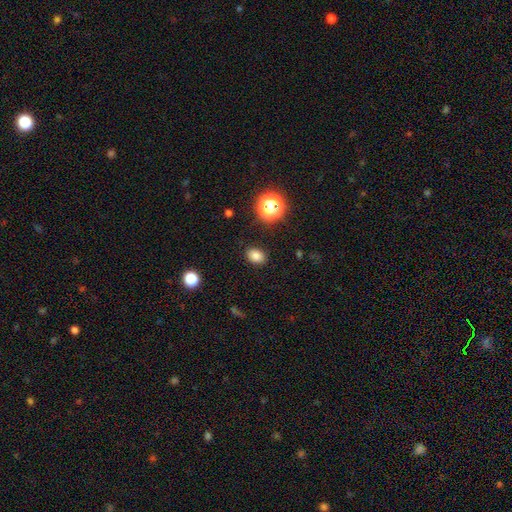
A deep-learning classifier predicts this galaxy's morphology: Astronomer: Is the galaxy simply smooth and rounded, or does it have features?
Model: smooth — 81%.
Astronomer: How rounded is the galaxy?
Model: in between — 70%.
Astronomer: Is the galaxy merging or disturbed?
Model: none — 88%.